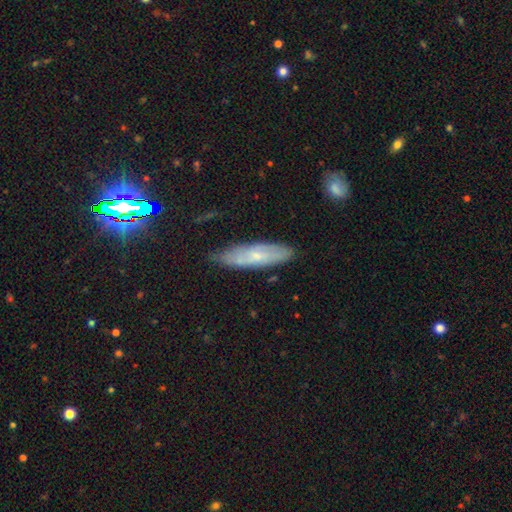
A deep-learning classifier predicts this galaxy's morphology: smooth-or-featured: smooth: 47% | featured or disk: 45% | star or artifact: 8%
  merging: none: 74% | minor disturbance: 20% | major disturbance: 4% | merger: 2%